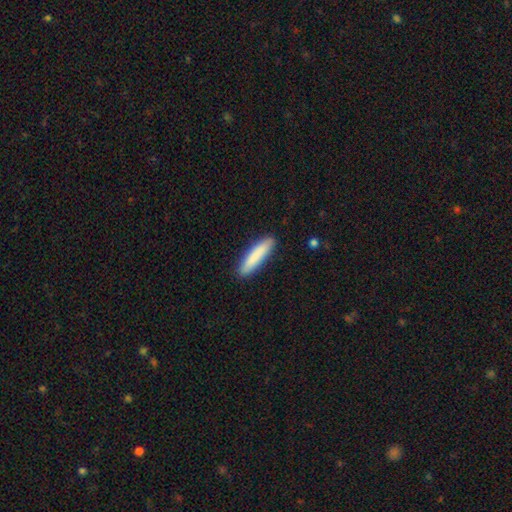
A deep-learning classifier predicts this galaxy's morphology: type=smooth (85%); roundness=cigar-shaped (85%); merging=none (90%).